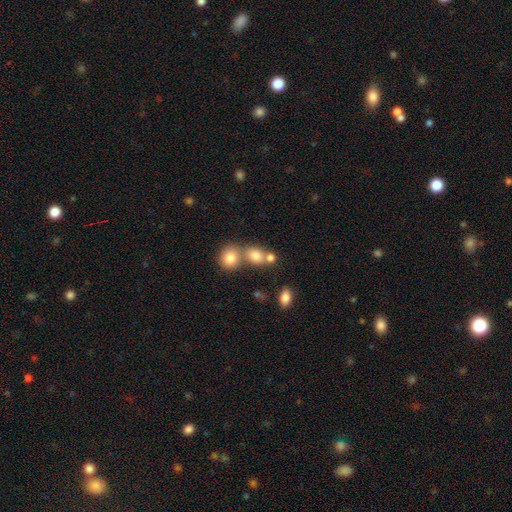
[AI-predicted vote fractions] Smooth or featured?
  - smooth: 78% *
  - star or artifact: 12%
  - featured or disk: 11%
How rounded?
  - round: 58% *
  - in between: 41%
  - cigar-shaped: 2%
Merging?
  - merger: 47% *
  - none: 40%
  - minor disturbance: 9%
  - major disturbance: 4%